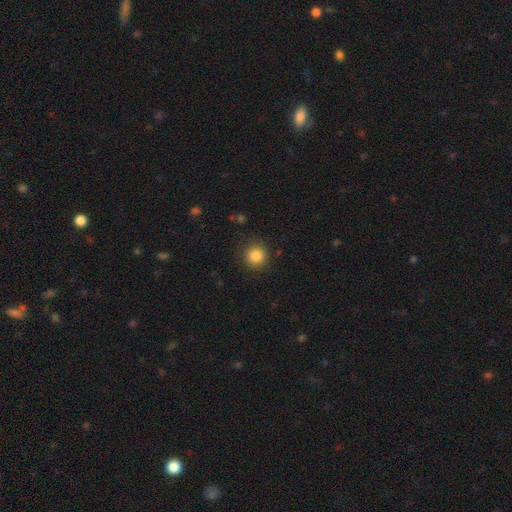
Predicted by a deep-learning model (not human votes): The model was most divided on "smooth or featured": smooth: 85%, star or artifact: 10%, featured or disk: 5%. More confident: how rounded — round (95%); merging — none (90%).